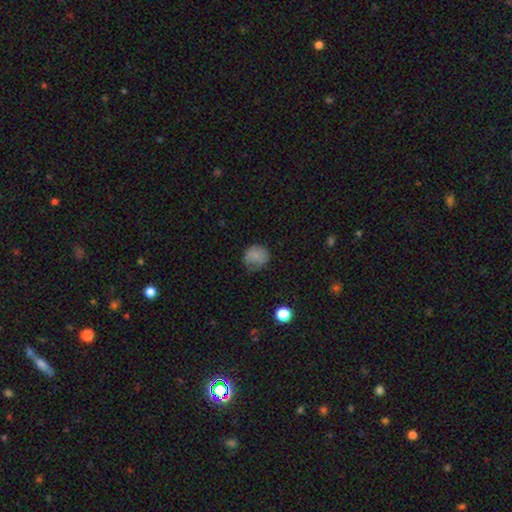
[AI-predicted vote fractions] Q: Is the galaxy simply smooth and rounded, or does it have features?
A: smooth — 80%.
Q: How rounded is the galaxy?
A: round — 78%.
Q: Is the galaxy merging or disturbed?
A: none — 55%.